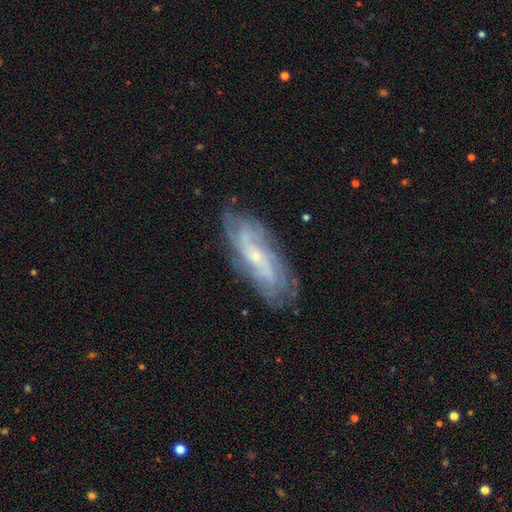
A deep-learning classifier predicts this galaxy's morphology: smooth_or_featured: featured or disk (p=0.76) [alt: smooth p=0.16]
disk_edge_on: no (p=0.84) [alt: yes p=0.16]
bar: no (p=0.51) [alt: weak p=0.37]
has_spiral_arms: yes (p=0.91) [alt: no p=0.09]
spiral_winding: tight (p=0.51) [alt: medium p=0.34]
spiral_arm_count: can't tell (p=0.46) [alt: 2 p=0.21]
bulge_size: small (p=0.70) [alt: moderate p=0.23]
merging: none (p=0.79) [alt: minor disturbance p=0.15]